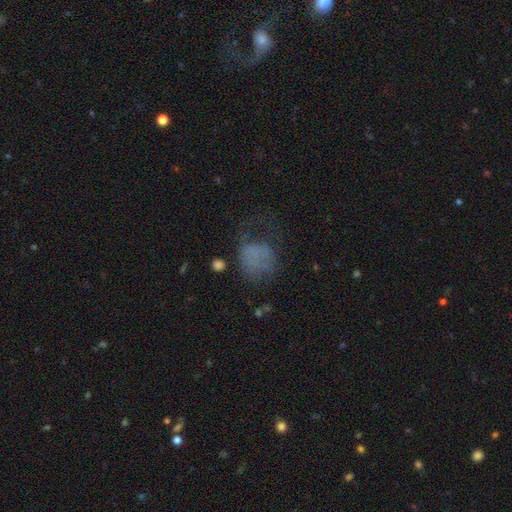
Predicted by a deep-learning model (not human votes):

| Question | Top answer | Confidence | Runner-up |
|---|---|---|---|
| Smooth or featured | smooth | 59% | featured or disk (22%) |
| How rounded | round | 57% | in between (42%) |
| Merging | major disturbance | 41% | none (34%) |